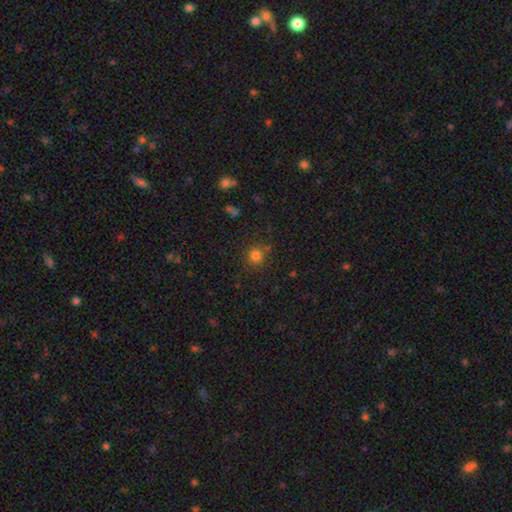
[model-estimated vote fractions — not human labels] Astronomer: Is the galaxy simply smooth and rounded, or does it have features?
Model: smooth — 79%.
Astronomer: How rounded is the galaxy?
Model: round — 91%.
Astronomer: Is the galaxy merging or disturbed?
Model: none — 82%.